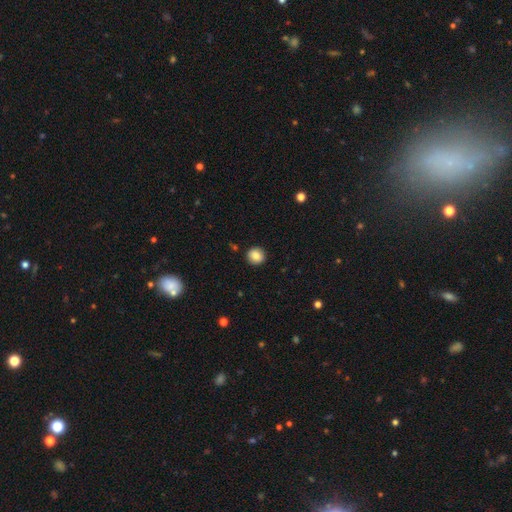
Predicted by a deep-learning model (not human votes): This appears to be a smooth galaxy with no disk features (86%) that is round (90%). Merging: none (91%).